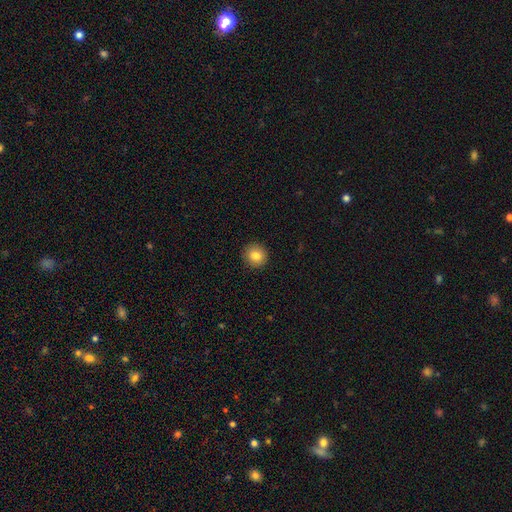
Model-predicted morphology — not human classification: This is clearly a smooth galaxy (83%). How rounded: clearly round (92%). Merging: clearly none (93%).